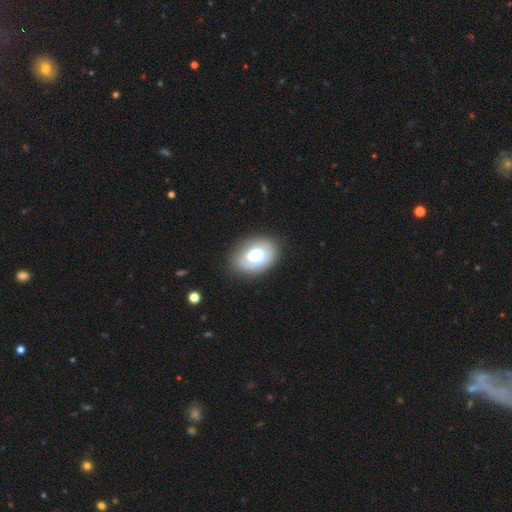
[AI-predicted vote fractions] A smooth galaxy with no disk features (60%) that is in between round and cigar-shaped (81%). Merging: none (76%).